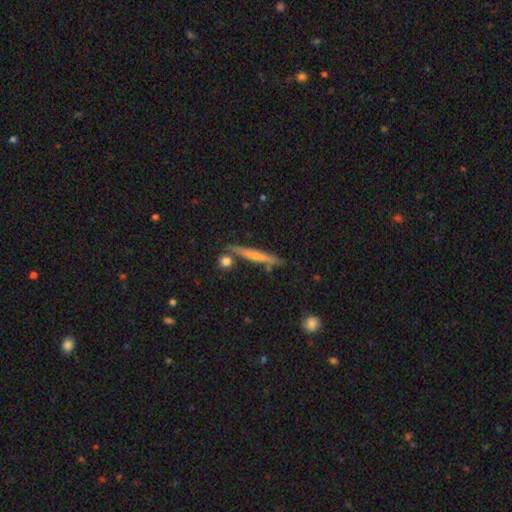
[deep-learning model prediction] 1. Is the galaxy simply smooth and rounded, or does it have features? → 49% smooth, 45% featured or disk, 6% star or artifact.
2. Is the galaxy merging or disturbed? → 79% none, 12% minor disturbance, 6% merger, 3% major disturbance.